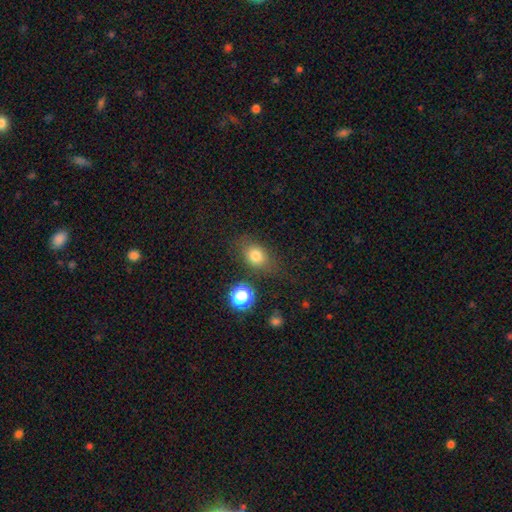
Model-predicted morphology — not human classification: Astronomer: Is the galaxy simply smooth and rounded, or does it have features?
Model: smooth — 76%.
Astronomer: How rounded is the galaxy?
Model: in between — 52% (runner-up: round, 47%).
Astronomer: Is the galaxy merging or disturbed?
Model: none — 72%.